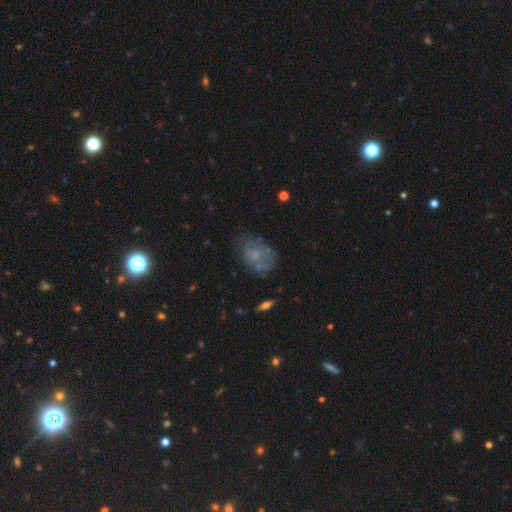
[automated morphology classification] Smooth or featured: smooth — 46% (featured or disk — 40%)
Merging: none — 53% (minor disturbance — 26%)